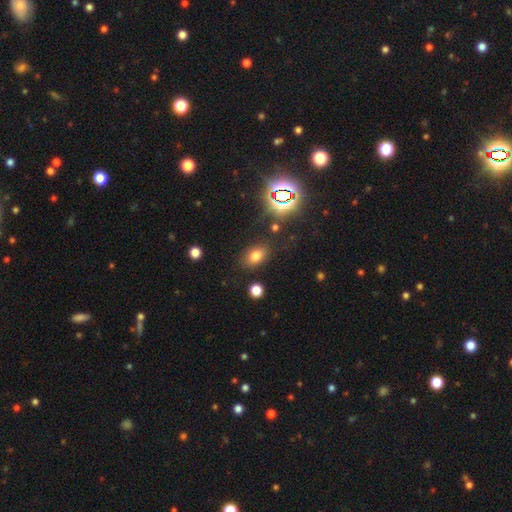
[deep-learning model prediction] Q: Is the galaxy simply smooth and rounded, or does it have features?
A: smooth — 72%.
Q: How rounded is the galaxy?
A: in between — 79%.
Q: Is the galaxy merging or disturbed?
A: none — 82%.